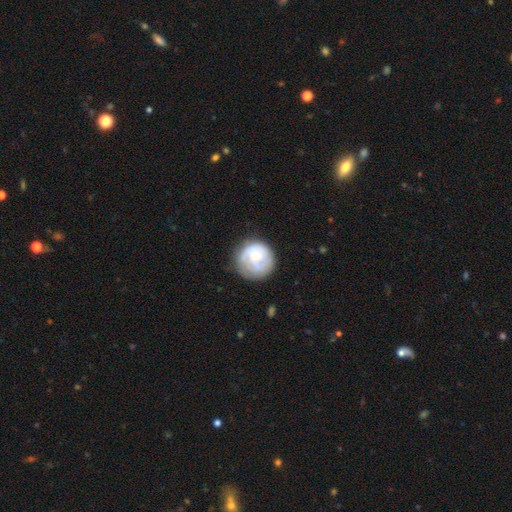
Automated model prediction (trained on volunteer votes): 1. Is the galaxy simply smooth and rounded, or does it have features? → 52% featured or disk, 42% smooth, 6% star or artifact.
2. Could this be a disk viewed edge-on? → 98% no, 2% yes.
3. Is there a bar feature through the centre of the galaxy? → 76% no, 21% weak, 3% strong.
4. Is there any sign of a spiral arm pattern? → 73% yes, 27% no.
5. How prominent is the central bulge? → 55% small, 35% moderate, 5% none, 3% large, 1% dominant.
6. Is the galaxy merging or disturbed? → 68% none, 21% minor disturbance, 10% major disturbance, 2% merger.